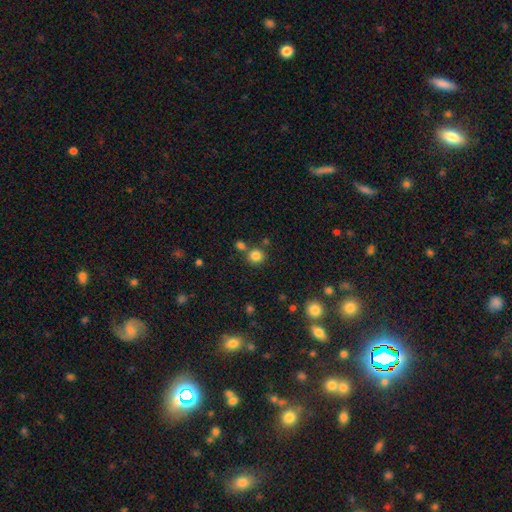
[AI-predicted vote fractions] smooth_or_featured: smooth (p=0.82) [alt: star or artifact p=0.13]
how_rounded: round (p=0.92) [alt: in between p=0.07]
merging: none (p=0.73) [alt: merger p=0.17]